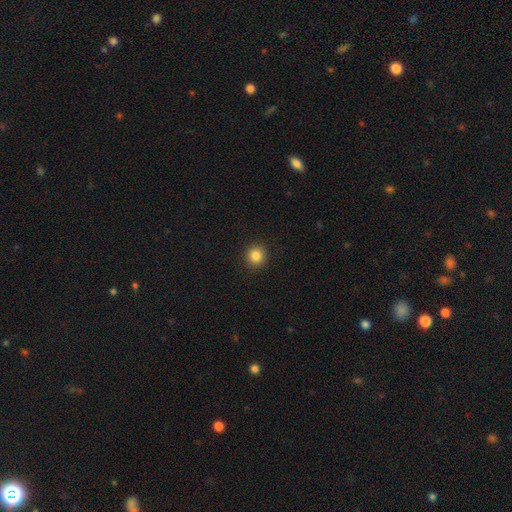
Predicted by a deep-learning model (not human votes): A smooth galaxy with no disk features (85%) that is round (93%).

Vote fractions:
- Smooth or featured? smooth: 85% / star or artifact: 11% / featured or disk: 4%
- How rounded? round: 93% / in between: 7% / cigar-shaped: 1%
- Merging? none: 93% / minor disturbance: 5% / major disturbance: 2% / merger: 1%